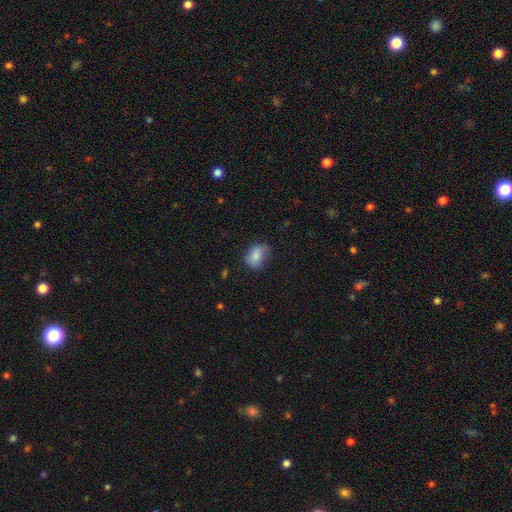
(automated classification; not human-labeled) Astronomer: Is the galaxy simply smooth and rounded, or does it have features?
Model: smooth — 79%.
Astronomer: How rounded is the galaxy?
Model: in between — 68%.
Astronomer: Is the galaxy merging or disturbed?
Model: none — 60%.